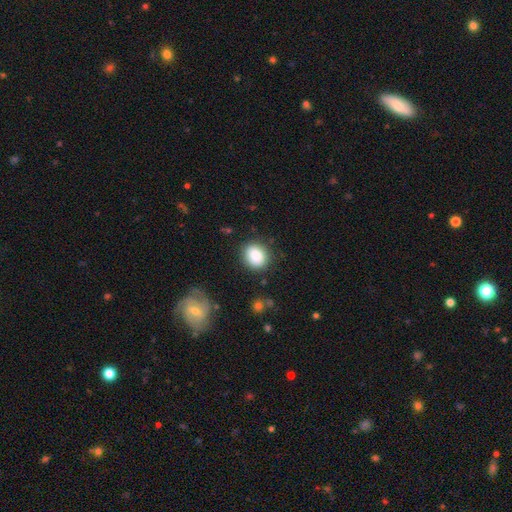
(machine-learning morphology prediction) This is clearly a smooth galaxy (86%). How rounded: likely round (63%). Merging: clearly none (84%).